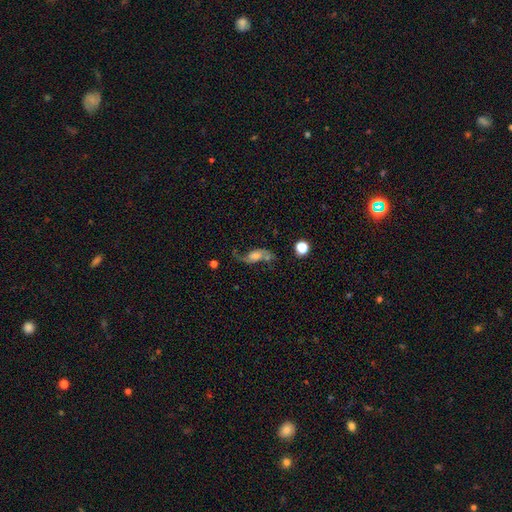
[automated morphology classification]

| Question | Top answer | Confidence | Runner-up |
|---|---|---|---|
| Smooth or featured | featured or disk | 75% | smooth (14%) |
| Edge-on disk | no | 91% | yes (9%) |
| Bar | no | 60% | weak (32%) |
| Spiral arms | yes | 93% | no (7%) |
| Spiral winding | loose | 80% | medium (16%) |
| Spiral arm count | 2 | 89% | 1 (6%) |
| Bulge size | moderate | 41% | small (25%) |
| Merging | none | 56% | minor disturbance (18%) |